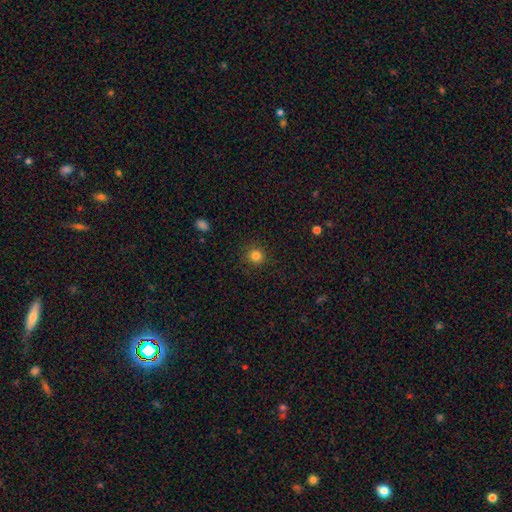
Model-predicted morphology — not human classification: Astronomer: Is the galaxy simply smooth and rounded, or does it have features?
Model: smooth — 83%.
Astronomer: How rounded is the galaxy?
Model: round — 93%.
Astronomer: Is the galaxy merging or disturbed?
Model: none — 89%.